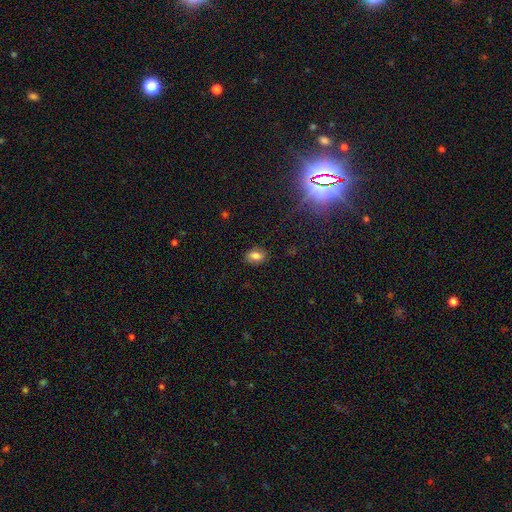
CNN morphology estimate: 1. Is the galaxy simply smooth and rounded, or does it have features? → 74% smooth, 14% featured or disk, 12% star or artifact.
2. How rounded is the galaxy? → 76% in between, 22% round, 2% cigar-shaped.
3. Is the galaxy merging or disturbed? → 84% none, 12% minor disturbance, 3% major disturbance, 1% merger.